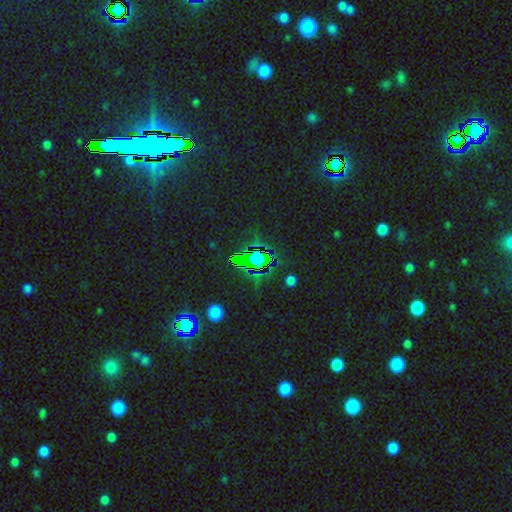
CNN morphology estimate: Smooth or featured? Predicted: star or artifact (p=0.83).